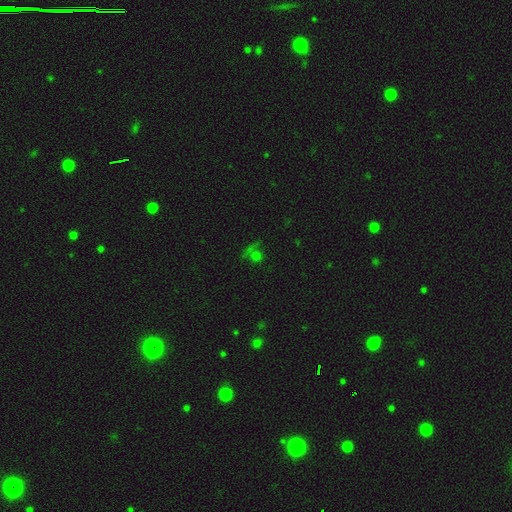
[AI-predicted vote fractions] Q: Smooth or featured?
A: star or artifact (45%); runner-up: smooth (42%)